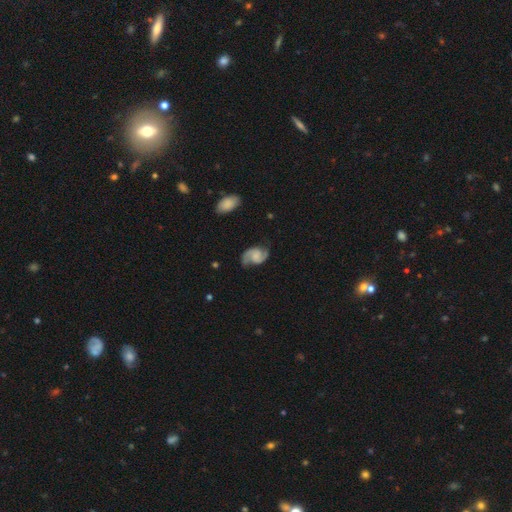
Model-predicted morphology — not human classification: Smooth or featured? featured or disk (84%)
Edge-on disk? no (98%)
Bar? no (54%)
Spiral arms? yes (97%)
Spiral winding? medium (53%)
Spiral arm count? 2 (92%)
Bulge size? none (43%)
Merging? none (76%)